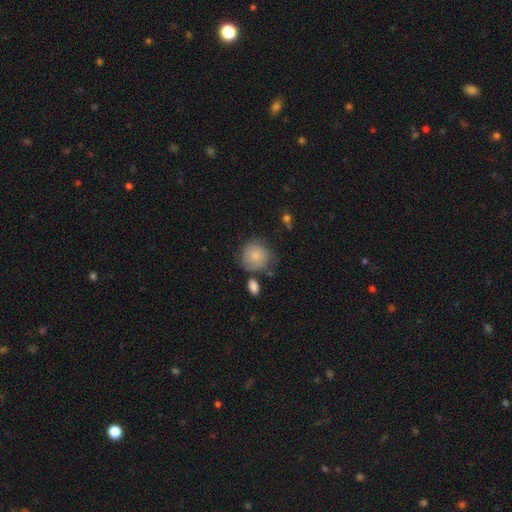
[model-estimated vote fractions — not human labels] smooth_or_featured: smooth (p=0.76) [alt: featured or disk p=0.17]
how_rounded: round (p=0.87) [alt: in between p=0.12]
merging: none (p=0.64) [alt: minor disturbance p=0.22]